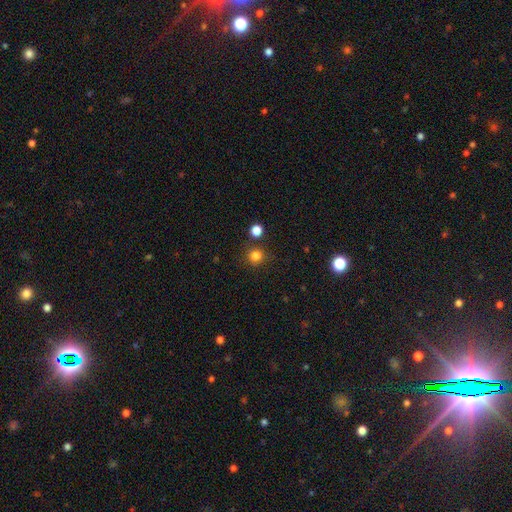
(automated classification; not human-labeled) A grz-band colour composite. It shows a smooth galaxy with no disk features (82%) that is round (91%). Merging: none (82%).